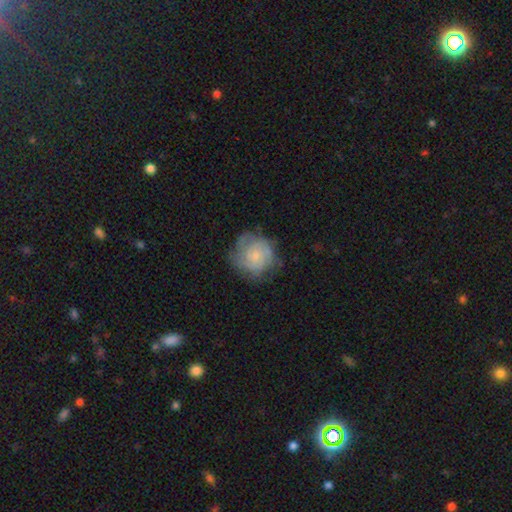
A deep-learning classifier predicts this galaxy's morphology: Q: Smooth or featured?
A: featured or disk (55%); runner-up: smooth (38%)
Q: Edge-on disk?
A: no (98%); runner-up: yes (2%)
Q: Bar?
A: no (78%); runner-up: weak (19%)
Q: Spiral arms?
A: yes (81%); runner-up: no (19%)
Q: Bulge size?
A: small (55%); runner-up: moderate (24%)
Q: Merging?
A: none (64%); runner-up: minor disturbance (23%)